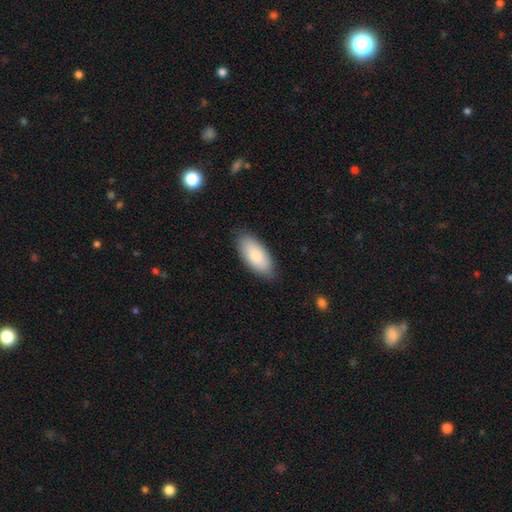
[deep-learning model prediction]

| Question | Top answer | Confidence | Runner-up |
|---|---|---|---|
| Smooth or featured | smooth | 84% | featured or disk (10%) |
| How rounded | in between | 88% | cigar-shaped (10%) |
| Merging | none | 86% | minor disturbance (11%) |